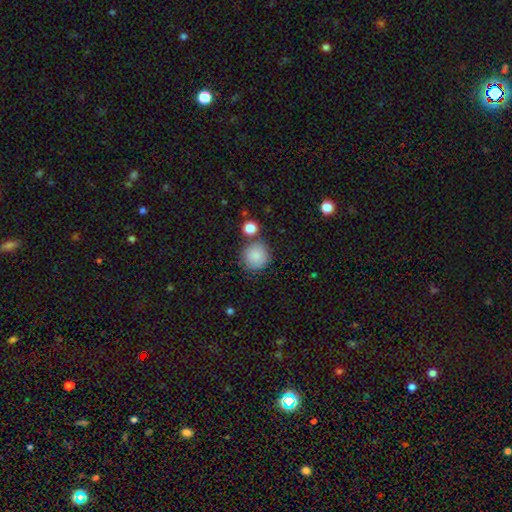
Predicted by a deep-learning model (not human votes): Overall: smooth (86%). How rounded: round (93%). Merging: none (76%).